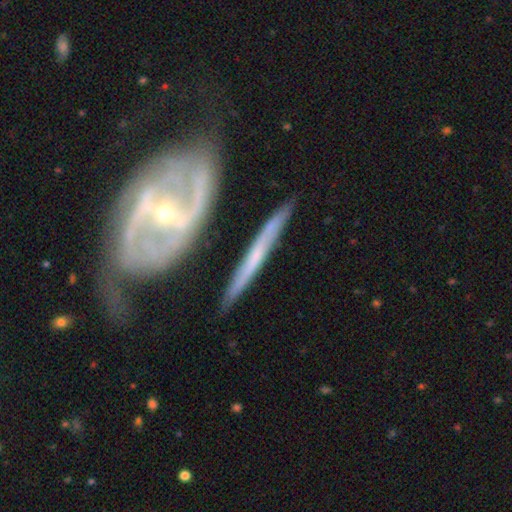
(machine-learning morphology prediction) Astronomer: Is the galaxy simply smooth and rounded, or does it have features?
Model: featured or disk — 72%.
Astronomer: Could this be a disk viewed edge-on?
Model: yes — 68%.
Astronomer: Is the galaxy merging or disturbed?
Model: none — 73%.